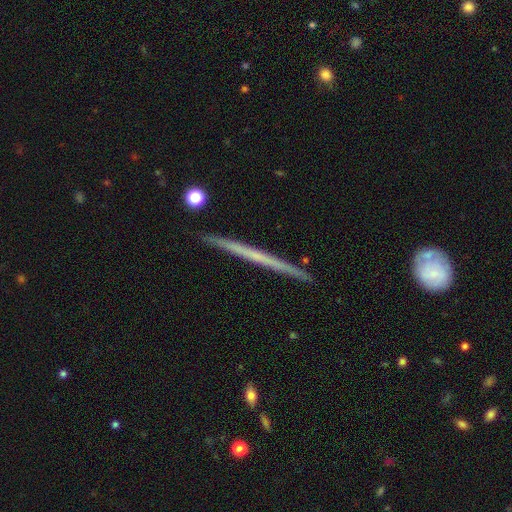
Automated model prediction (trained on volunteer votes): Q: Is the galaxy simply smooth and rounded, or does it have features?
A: featured or disk — 64%.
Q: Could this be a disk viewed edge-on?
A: yes — 98%.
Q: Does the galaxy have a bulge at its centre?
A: none — 88%.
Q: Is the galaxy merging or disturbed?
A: none — 91%.